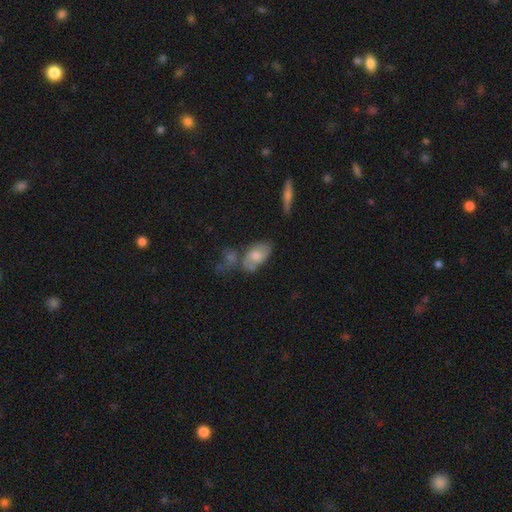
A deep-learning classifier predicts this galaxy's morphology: A smooth galaxy with no disk features (45%, tied with featured or disk). Merging: none (49%).